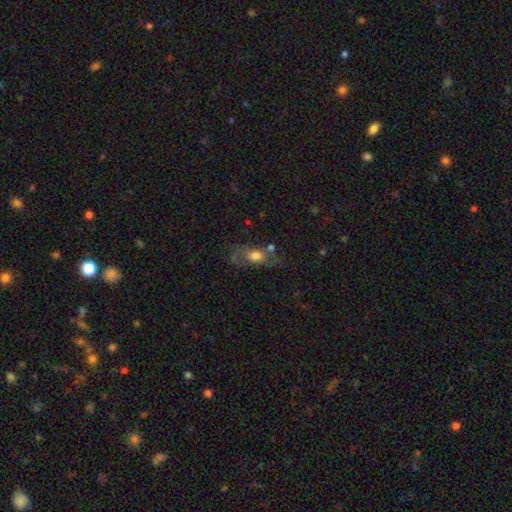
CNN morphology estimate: smooth-or-featured: smooth: 57% | featured or disk: 32% | star or artifact: 11%
  how-rounded: in between: 68% | round: 23% | cigar-shaped: 9%
  merging: none: 49% | minor disturbance: 23% | major disturbance: 17% | merger: 11%